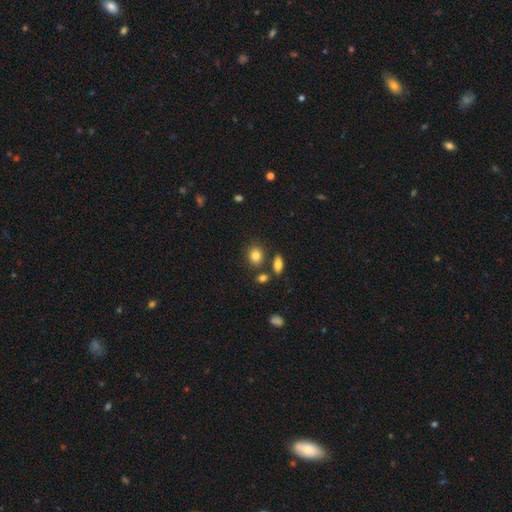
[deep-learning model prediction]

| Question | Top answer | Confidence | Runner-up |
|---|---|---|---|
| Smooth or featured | smooth | 83% | star or artifact (10%) |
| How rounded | round | 57% | in between (41%) |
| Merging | none | 75% | minor disturbance (11%) |